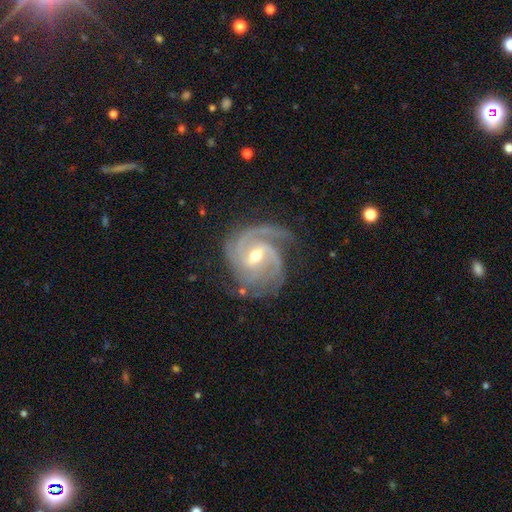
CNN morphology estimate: Smooth or featured? featured or disk (92%)
Edge-on disk? no (98%)
Bar? weak (55%)
Spiral arms? yes (98%)
Spiral winding? tight (53%)
Spiral arm count? 3 (37%)
Bulge size? moderate (60%)
Merging? none (68%)